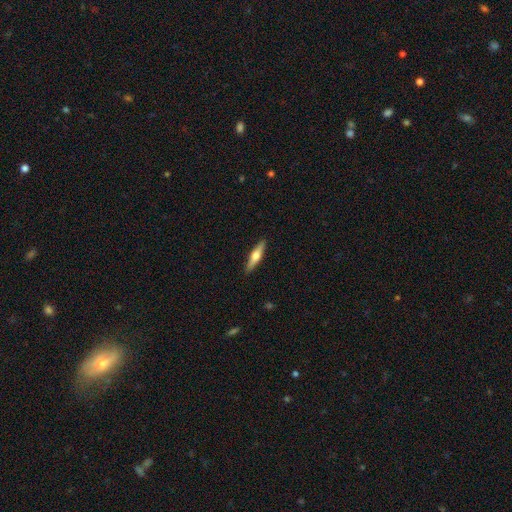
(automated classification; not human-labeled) Smooth or featured? Predicted: featured or disk (p=0.51). Edge-on disk? Predicted: yes (p=0.95). Merging? Predicted: none (p=0.91).